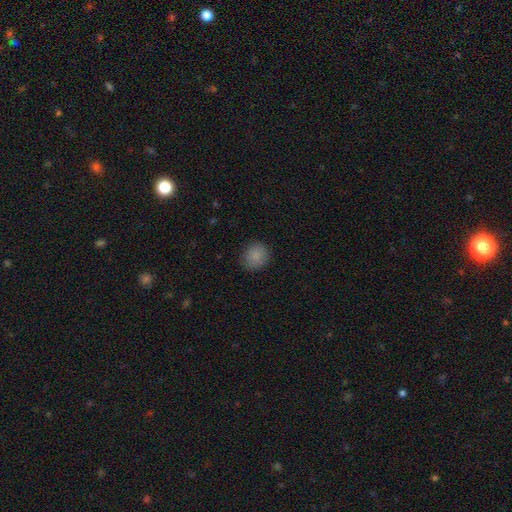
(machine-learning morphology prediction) smooth-or-featured: smooth: 87% | star or artifact: 9% | featured or disk: 4%
  how-rounded: round: 82% | in between: 17% | cigar-shaped: 1%
  merging: none: 85% | minor disturbance: 11% | major disturbance: 3% | merger: 1%